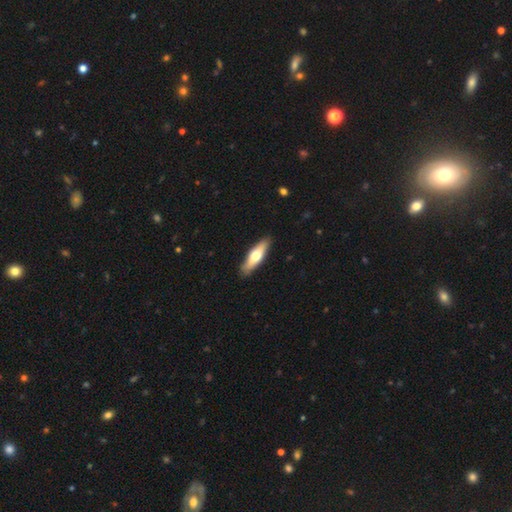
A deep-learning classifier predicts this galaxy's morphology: smooth 56%, featured or disk 39%, star or artifact 5%. Down the decision tree: how rounded — cigar-shaped (60%); merging — none (89%).